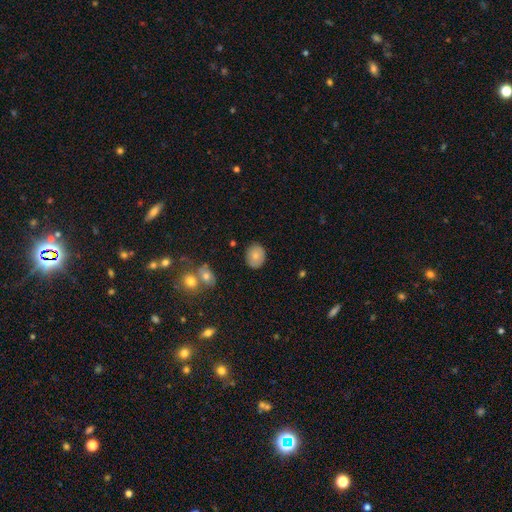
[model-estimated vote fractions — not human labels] Smooth or featured: smooth — 78% (featured or disk — 14%)
How rounded: round — 56% (in between — 43%)
Merging: none — 83% (minor disturbance — 12%)